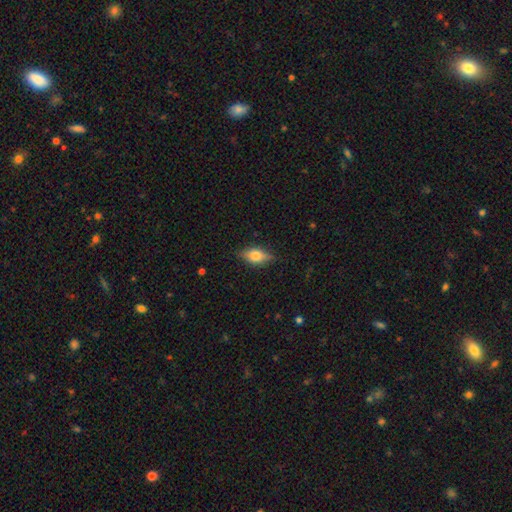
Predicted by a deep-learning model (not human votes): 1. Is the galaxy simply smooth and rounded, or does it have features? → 62% smooth, 30% featured or disk, 8% star or artifact.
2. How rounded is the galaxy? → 80% in between, 12% cigar-shaped, 7% round.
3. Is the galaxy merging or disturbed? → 81% none, 15% minor disturbance, 3% major disturbance, 1% merger.